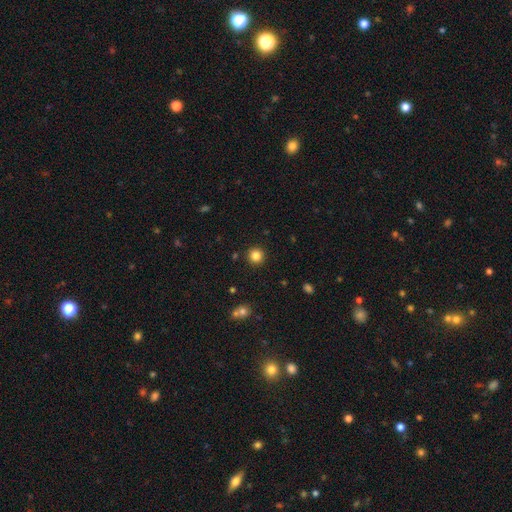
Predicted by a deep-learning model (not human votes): smooth-or-featured: smooth: 84% | star or artifact: 12% | featured or disk: 4%
  how-rounded: round: 95% | in between: 4% | cigar-shaped: 1%
  merging: none: 92% | minor disturbance: 5% | major disturbance: 2% | merger: 2%